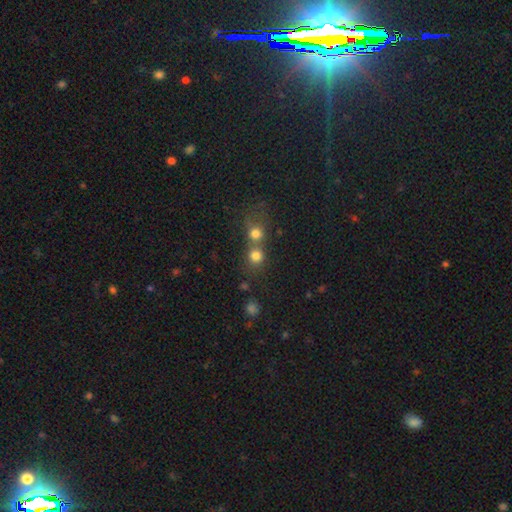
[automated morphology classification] A smooth galaxy with no disk features (78%) that is round (87%). Merging: none (48%).